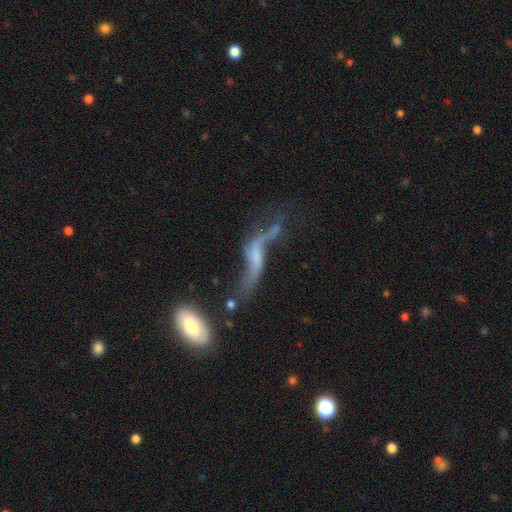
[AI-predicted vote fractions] Smooth or featured: featured or disk — 74% (smooth — 16%)
Edge-on disk: no — 82% (yes — 18%)
Bar: no — 52% (weak — 32%)
Spiral arms: yes — 78% (no — 22%)
Bulge size: small — 39% (none — 38%)
Merging: none — 32% (major disturbance — 31%)